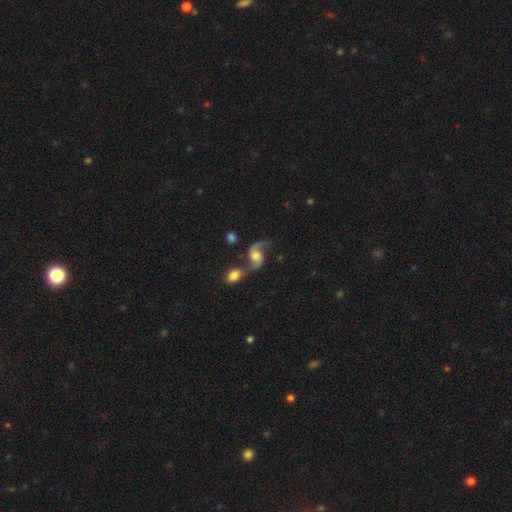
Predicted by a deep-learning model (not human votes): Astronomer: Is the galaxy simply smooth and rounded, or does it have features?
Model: featured or disk — 83%.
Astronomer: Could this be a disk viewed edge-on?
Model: no — 97%.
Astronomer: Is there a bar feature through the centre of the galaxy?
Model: no — 57% (runner-up: weak, 34%).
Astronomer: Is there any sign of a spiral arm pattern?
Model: yes — 95%.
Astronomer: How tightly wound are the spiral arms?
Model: loose — 74%.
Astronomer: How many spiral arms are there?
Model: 2 — 90%.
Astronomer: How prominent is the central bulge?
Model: moderate — 49%.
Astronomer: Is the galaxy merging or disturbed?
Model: none — 42% (runner-up: merger, 36%).